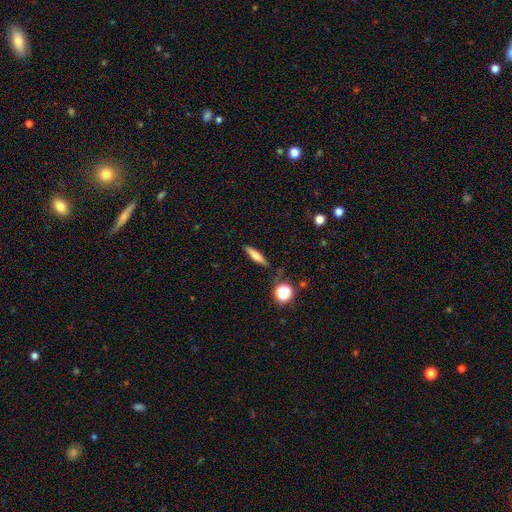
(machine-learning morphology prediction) type=smooth (63%); roundness=cigar-shaped (77%); merging=none (83%).